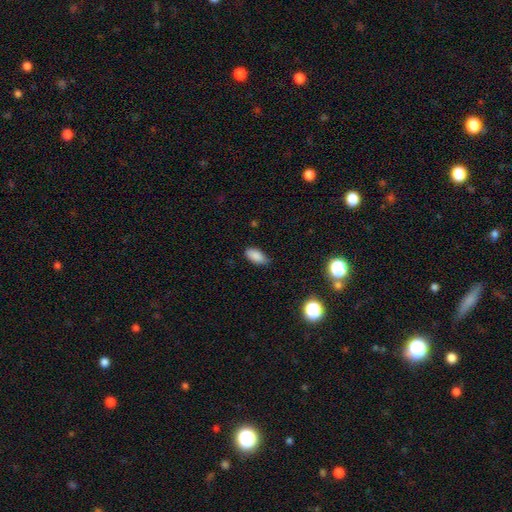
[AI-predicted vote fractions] This is clearly a smooth galaxy (87%). How rounded: clearly in between (92%). Merging: likely none (72%).